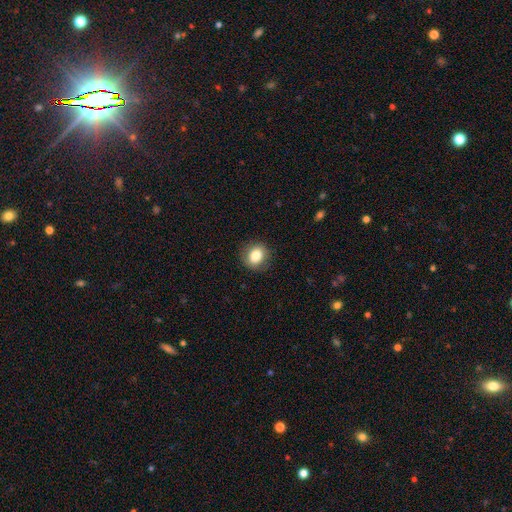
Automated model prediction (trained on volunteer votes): This appears to be a smooth galaxy with no disk features (82%) that is round (70%). Merging: none (87%).